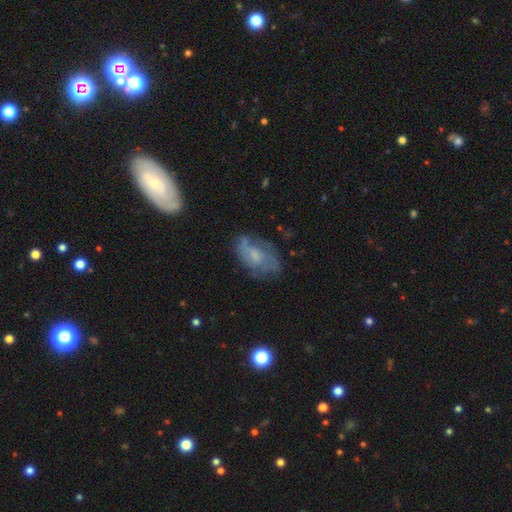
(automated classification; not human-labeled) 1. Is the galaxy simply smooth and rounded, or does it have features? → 52% featured or disk, 39% smooth, 8% star or artifact.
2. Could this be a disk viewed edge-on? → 94% no, 6% yes.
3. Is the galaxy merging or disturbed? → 55% none, 27% minor disturbance, 15% major disturbance, 3% merger.